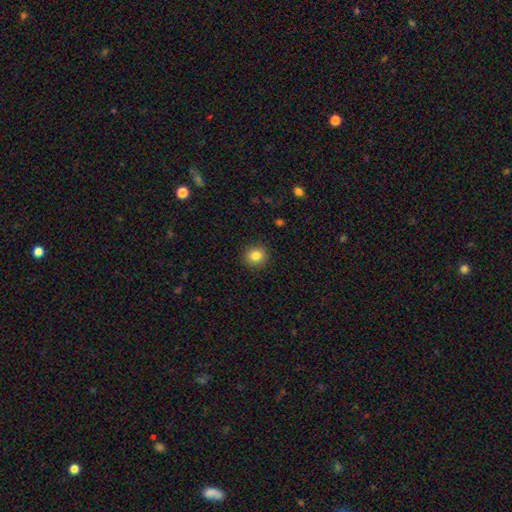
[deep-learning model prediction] smooth_or_featured: smooth (p=0.83) [alt: star or artifact p=0.10]
how_rounded: round (p=0.87) [alt: in between p=0.12]
merging: none (p=0.92) [alt: minor disturbance p=0.06]